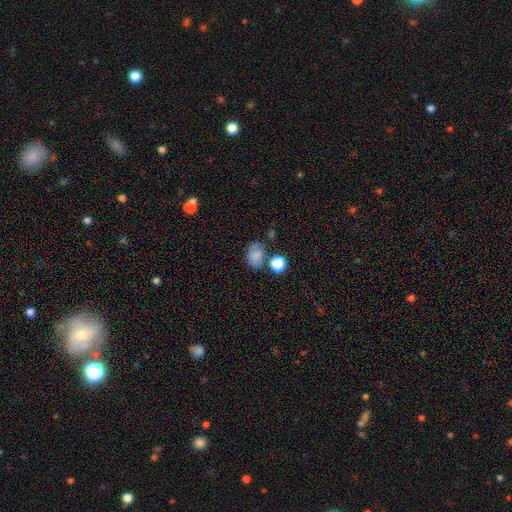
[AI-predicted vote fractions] Smooth or featured?
  - smooth: 79% *
  - star or artifact: 12%
  - featured or disk: 10%
How rounded?
  - in between: 67% *
  - round: 32%
  - cigar-shaped: 1%
Merging?
  - none: 59% *
  - minor disturbance: 19%
  - merger: 15%
  - major disturbance: 7%